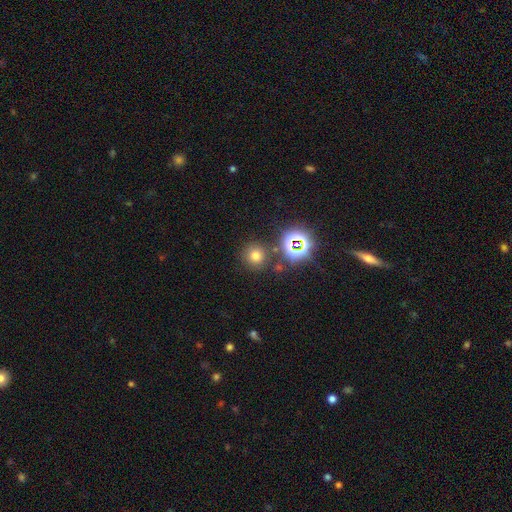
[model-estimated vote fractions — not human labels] This appears to be a smooth galaxy with no disk features (66%) that is round (92%). Merging: none (83%).